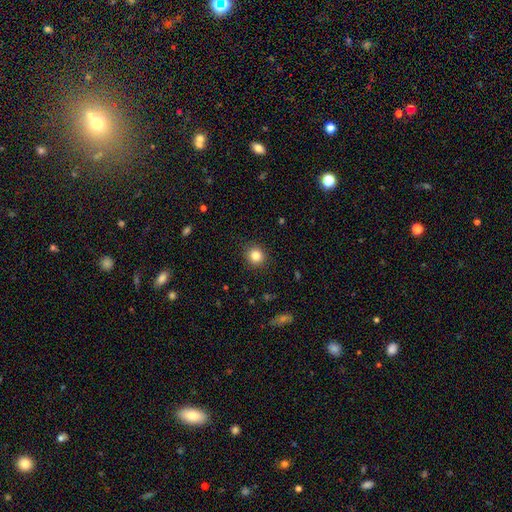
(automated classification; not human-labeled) Overall: smooth (83%). How rounded: round (89%). Merging: none (90%).